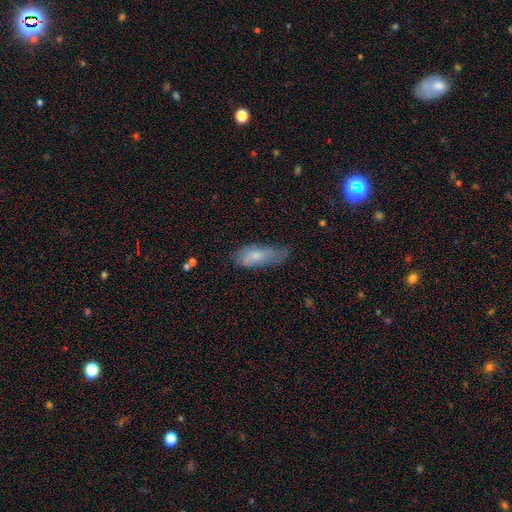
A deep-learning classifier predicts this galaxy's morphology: Smooth or featured: smooth — 63% (featured or disk — 29%)
How rounded: in between — 69% (cigar-shaped — 29%)
Merging: none — 49% (minor disturbance — 35%)